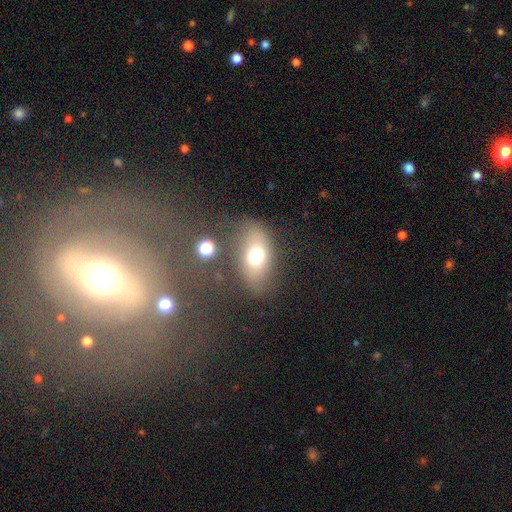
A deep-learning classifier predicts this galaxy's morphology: smooth_or_featured: smooth (p=0.65) [alt: featured or disk p=0.21]
how_rounded: in between (p=0.78) [alt: round p=0.19]
merging: none (p=0.66) [alt: minor disturbance p=0.17]